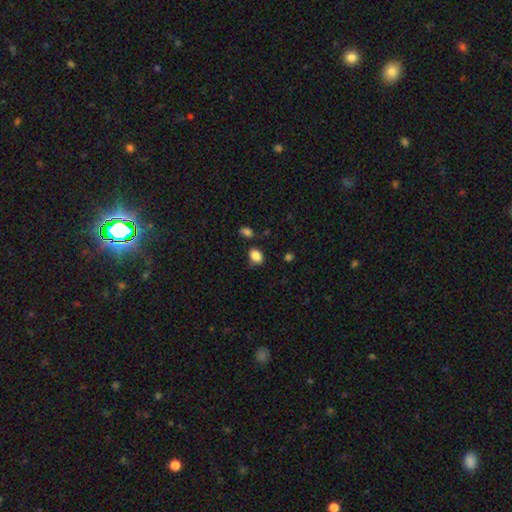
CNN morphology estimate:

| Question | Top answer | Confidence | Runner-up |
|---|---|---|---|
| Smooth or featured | smooth | 85% | star or artifact (10%) |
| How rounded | in between | 63% | round (36%) |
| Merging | none | 70% | minor disturbance (20%) |